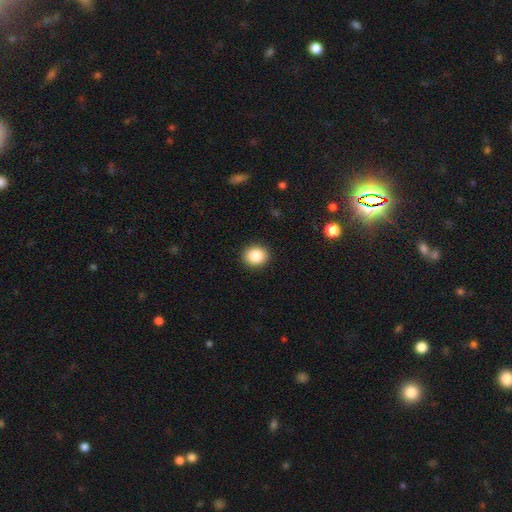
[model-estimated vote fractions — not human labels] smooth_or_featured: smooth (p=0.85) [alt: star or artifact p=0.09]
how_rounded: round (p=0.78) [alt: in between p=0.21]
merging: none (p=0.92) [alt: minor disturbance p=0.06]